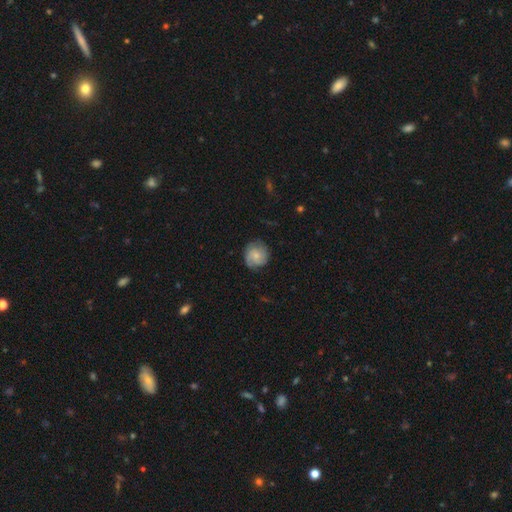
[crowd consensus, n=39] smooth_or_featured: featured or disk (p=0.54) [alt: smooth p=0.41]
disk_edge_on: no (p=1.00)
bar: no (p=0.81) [alt: weak p=0.19]
has_spiral_arms: yes (p=0.81) [alt: no p=0.19]
spiral_winding: medium (p=0.53) [alt: tight p=0.41]
spiral_arm_count: 2 (p=0.59) [alt: 1 p=0.18]
bulge_size: small (p=0.52) [alt: moderate p=0.43]
merging: none (p=0.78) [alt: minor disturbance p=0.19]